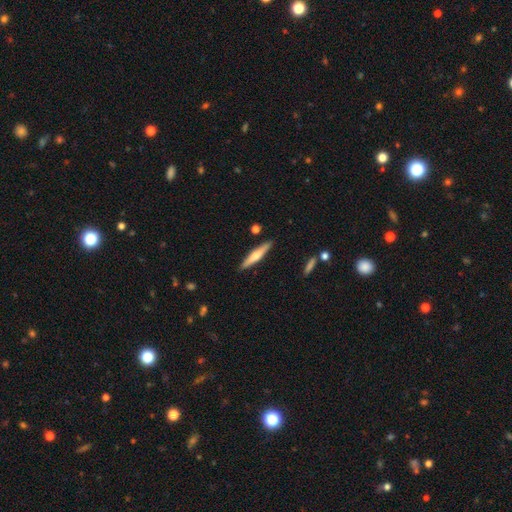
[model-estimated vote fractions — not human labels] Smooth or featured? Predicted: featured or disk (p=0.49). Merging? Predicted: none (p=0.89).